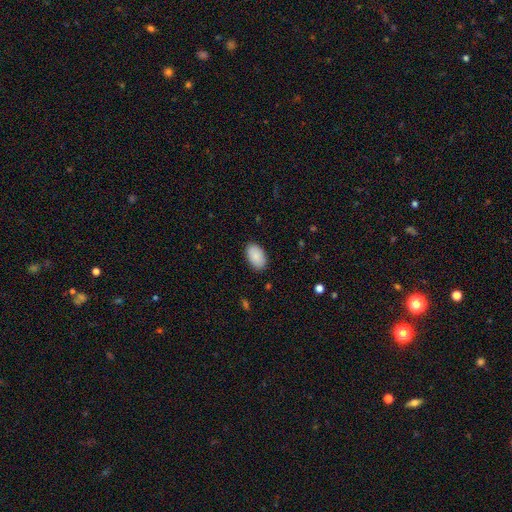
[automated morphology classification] smooth 89%, star or artifact 6%, featured or disk 5%. Down the decision tree: how rounded — in between (94%); merging — none (88%).